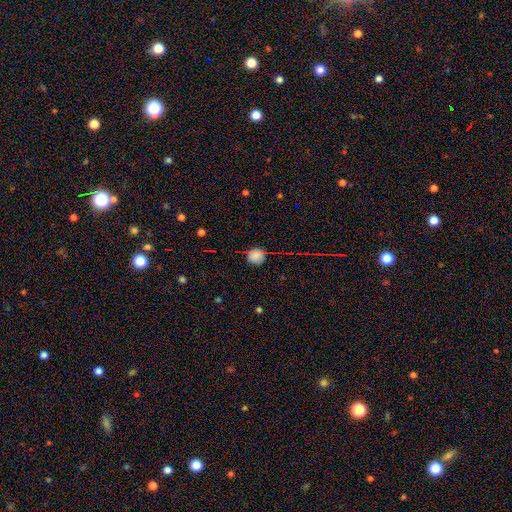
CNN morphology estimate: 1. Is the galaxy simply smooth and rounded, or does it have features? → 77% smooth, 15% star or artifact, 8% featured or disk.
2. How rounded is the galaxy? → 91% round, 8% in between, 1% cigar-shaped.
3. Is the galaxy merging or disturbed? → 75% none, 19% minor disturbance, 4% major disturbance, 2% merger.